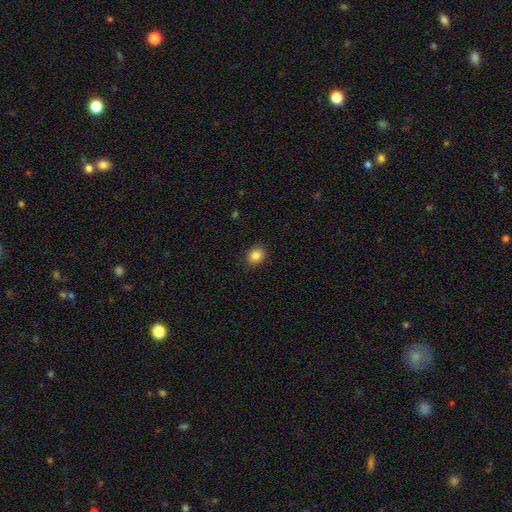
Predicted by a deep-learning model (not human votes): Q: Smooth or featured?
A: smooth (86%); runner-up: star or artifact (10%)
Q: How rounded?
A: round (59%); runner-up: in between (40%)
Q: Merging?
A: none (90%); runner-up: minor disturbance (7%)